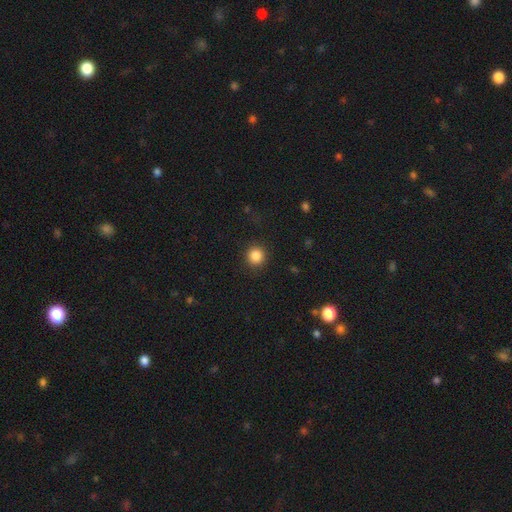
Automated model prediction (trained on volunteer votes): A smooth galaxy with no disk features (85%) that is round (92%).

Vote fractions:
- Smooth or featured? smooth: 85% / star or artifact: 11% / featured or disk: 4%
- How rounded? round: 92% / in between: 7% / cigar-shaped: 1%
- Merging? none: 90% / minor disturbance: 6% / major disturbance: 3% / merger: 1%